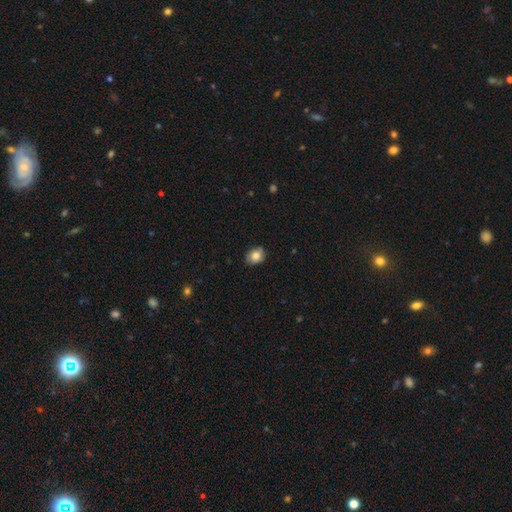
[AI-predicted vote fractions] smooth-or-featured: smooth: 78% | featured or disk: 13% | star or artifact: 9%
  how-rounded: in between: 54% | round: 44% | cigar-shaped: 1%
  merging: none: 79% | minor disturbance: 17% | major disturbance: 3% | merger: 1%